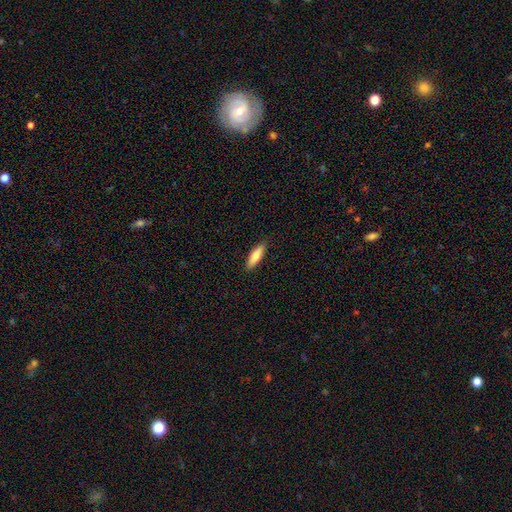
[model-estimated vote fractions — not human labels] Smooth or featured? Predicted: smooth (p=0.75). How rounded? Predicted: cigar-shaped (p=0.62). Merging? Predicted: none (p=0.89).